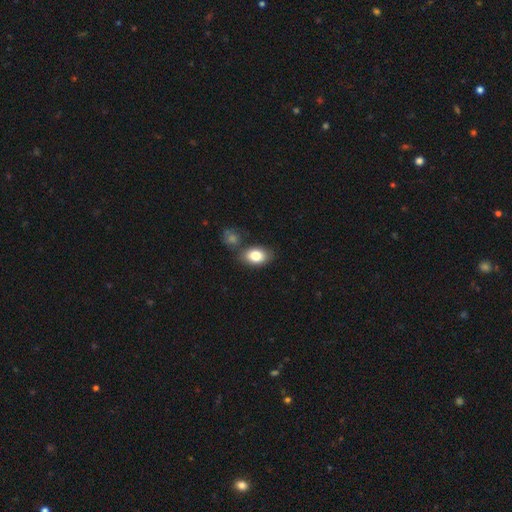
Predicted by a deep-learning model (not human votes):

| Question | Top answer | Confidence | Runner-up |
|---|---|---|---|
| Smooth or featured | smooth | 82% | featured or disk (10%) |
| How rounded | in between | 84% | round (15%) |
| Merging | none | 70% | merger (14%) |